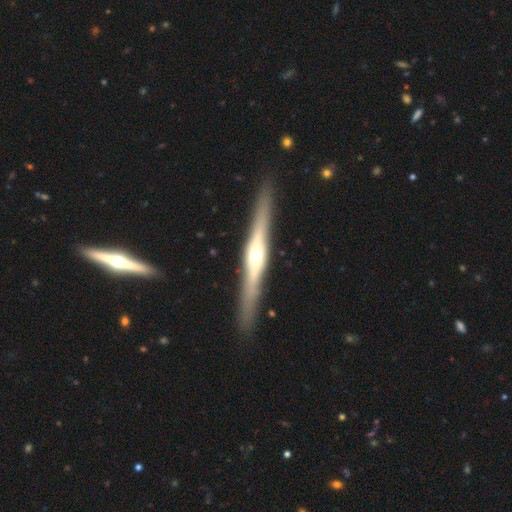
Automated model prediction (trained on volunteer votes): smooth_or_featured: featured or disk (p=0.79) [alt: smooth p=0.16]
disk_edge_on: yes (p=0.97) [alt: no p=0.03]
edge_on_bulge: rounded (p=0.82) [alt: boxy p=0.12]
merging: none (p=0.90) [alt: minor disturbance p=0.07]